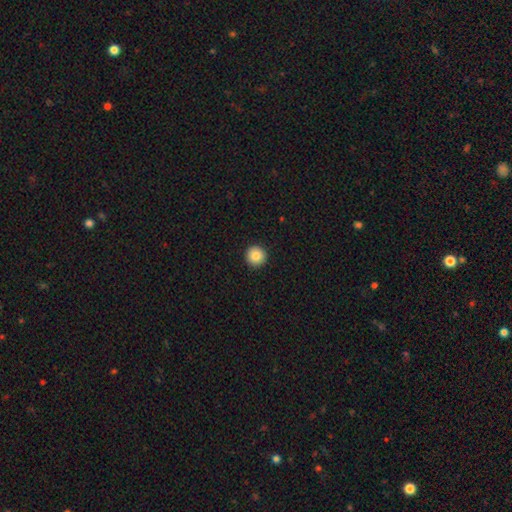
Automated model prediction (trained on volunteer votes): The model was most divided on "smooth or featured": smooth: 85%, star or artifact: 9%, featured or disk: 6%. More confident: how rounded — round (96%); merging — none (93%).